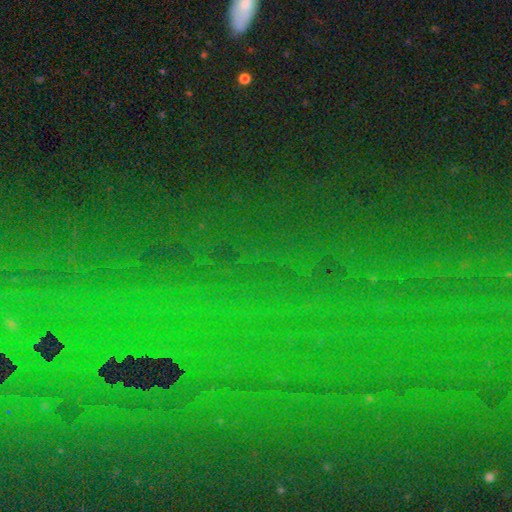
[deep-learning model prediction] This is likely a star or artifact rather than a galaxy (79%).